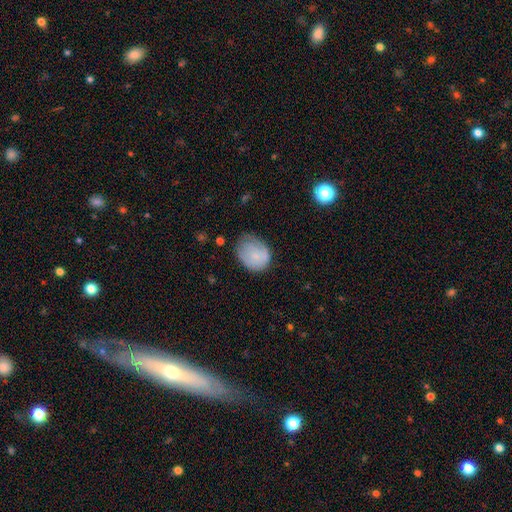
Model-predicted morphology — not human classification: Smooth or featured? Predicted: smooth (p=0.73). How rounded? Predicted: round (p=0.50). Merging? Predicted: none (p=0.46).